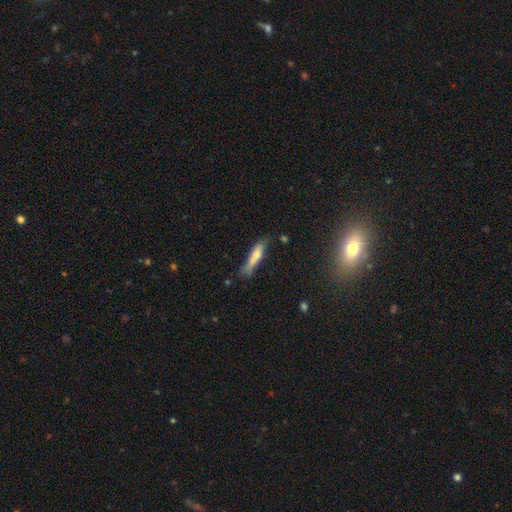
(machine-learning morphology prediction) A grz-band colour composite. It shows a smooth galaxy with no disk features (67%) that is cigar-shaped (85%). Merging: none (54%).